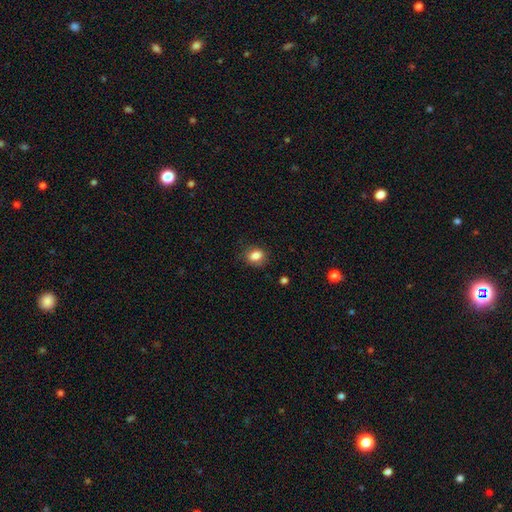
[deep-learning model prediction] This appears to be a smooth galaxy with no disk features (84%) that is in between round and cigar-shaped (55%). Merging: none (79%).